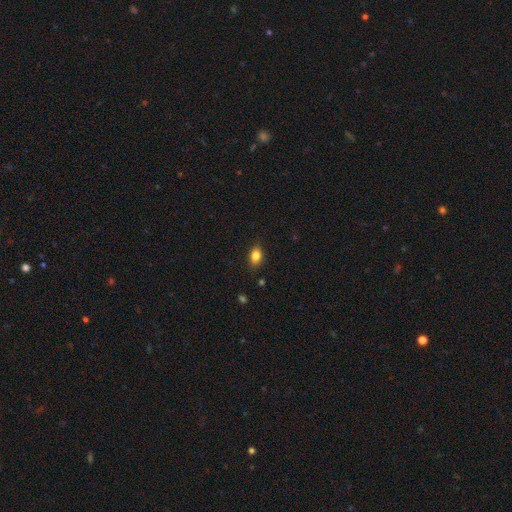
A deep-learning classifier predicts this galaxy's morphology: smooth_or_featured: smooth (p=0.83) [alt: star or artifact p=0.09]
how_rounded: in between (p=0.82) [alt: round p=0.16]
merging: none (p=0.85) [alt: minor disturbance p=0.11]